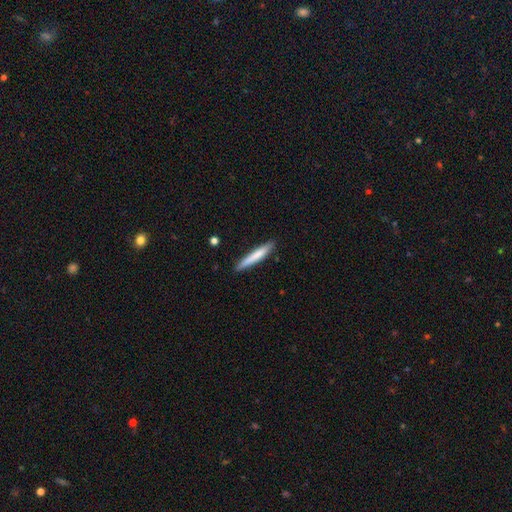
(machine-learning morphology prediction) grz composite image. It shows a smooth galaxy with no disk features (72%) that is cigar-shaped (94%). Merging: none (87%).